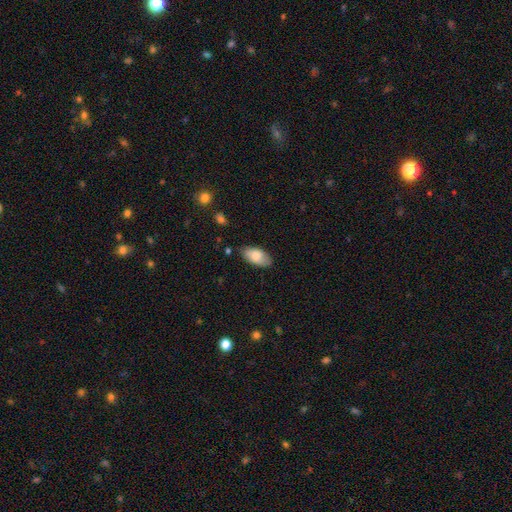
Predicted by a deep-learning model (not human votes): smooth_or_featured: smooth (p=0.80) [alt: featured or disk p=0.14]
how_rounded: in between (p=0.94) [alt: cigar-shaped p=0.04]
merging: none (p=0.81) [alt: minor disturbance p=0.15]